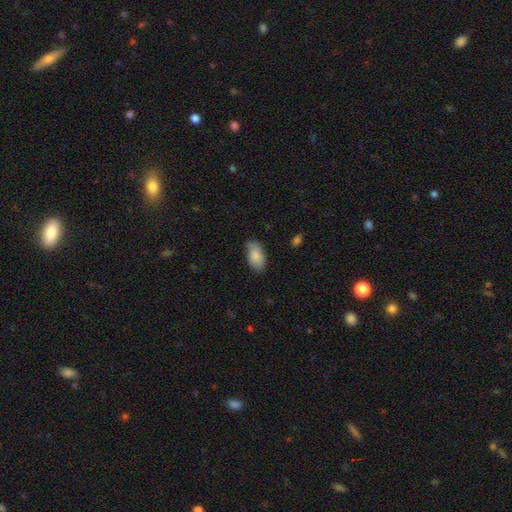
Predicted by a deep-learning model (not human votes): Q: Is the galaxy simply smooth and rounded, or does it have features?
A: smooth — 86%.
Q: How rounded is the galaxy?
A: in between — 94%.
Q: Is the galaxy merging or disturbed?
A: none — 72%.